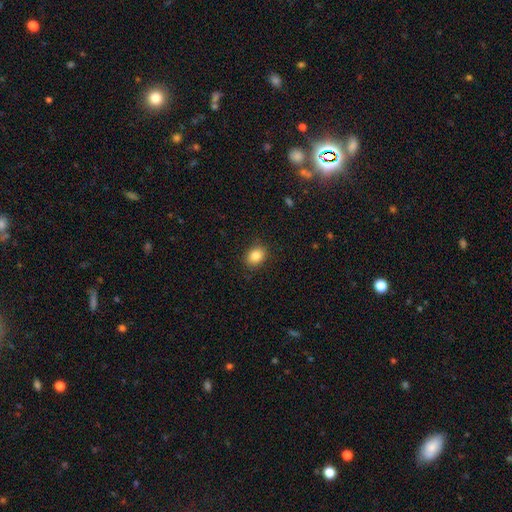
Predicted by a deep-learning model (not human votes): Smooth or featured: smooth — 85% (star or artifact — 9%)
How rounded: in between — 58% (round — 41%)
Merging: none — 87% (minor disturbance — 9%)